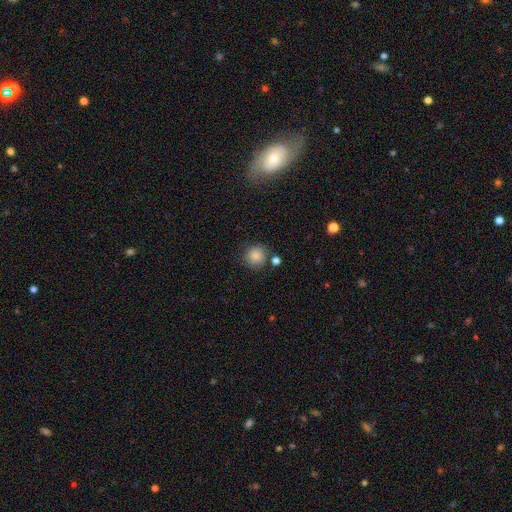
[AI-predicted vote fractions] Morphology: type=smooth (84%); roundness=round (91%); merging=none (78%).